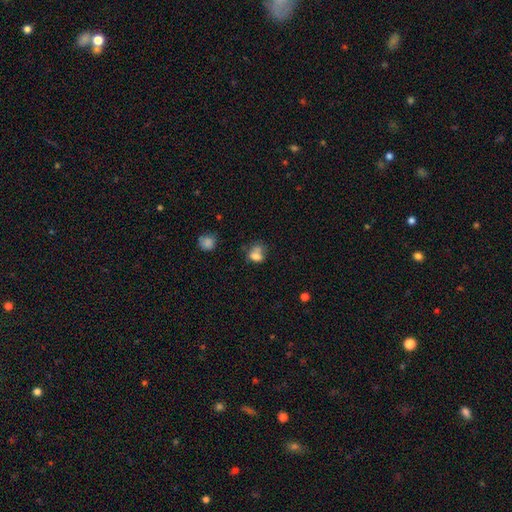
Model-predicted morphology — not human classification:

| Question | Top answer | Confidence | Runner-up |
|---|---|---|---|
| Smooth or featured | smooth | 69% | featured or disk (17%) |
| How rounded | in between | 59% | round (39%) |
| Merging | merger | 36% | none (31%) |